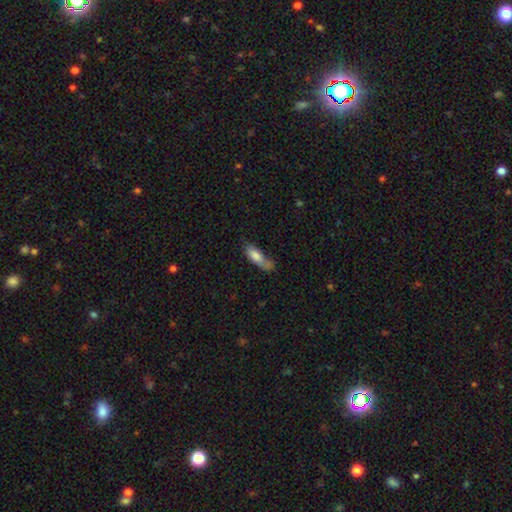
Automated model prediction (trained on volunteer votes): This appears to be a smooth galaxy with no disk features (76%) that is in between round and cigar-shaped (67%). Merging: none (40%).